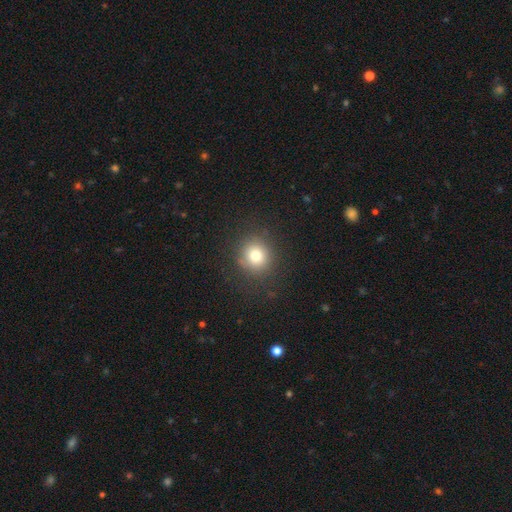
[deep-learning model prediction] Smooth or featured: smooth — 77% (star or artifact — 14%)
How rounded: round — 92% (in between — 8%)
Merging: none — 87% (minor disturbance — 8%)